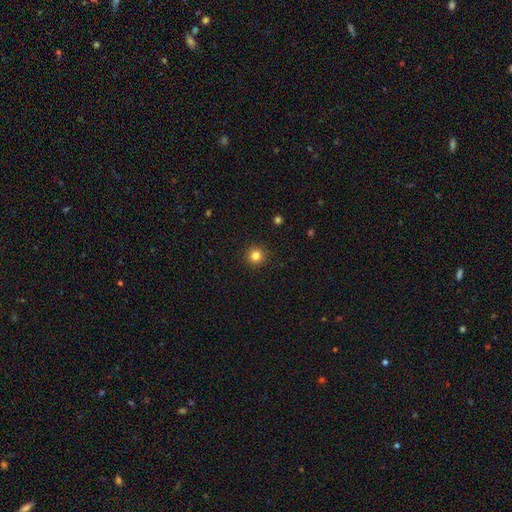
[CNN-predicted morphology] type=smooth (82%); roundness=round (95%); merging=none (93%).